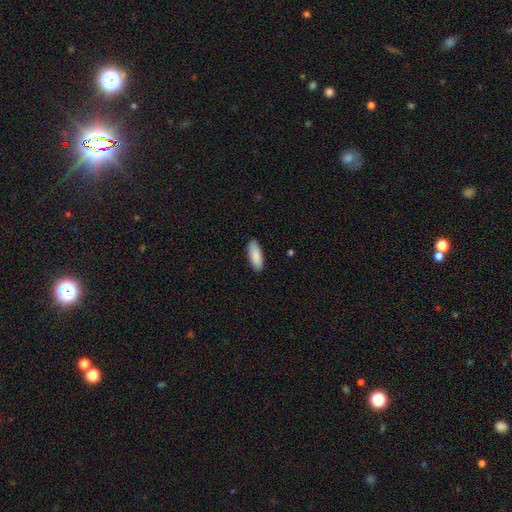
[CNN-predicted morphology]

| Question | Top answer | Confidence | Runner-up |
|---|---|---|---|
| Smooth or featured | smooth | 89% | star or artifact (5%) |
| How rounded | in between | 74% | cigar-shaped (24%) |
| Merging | none | 89% | minor disturbance (8%) |